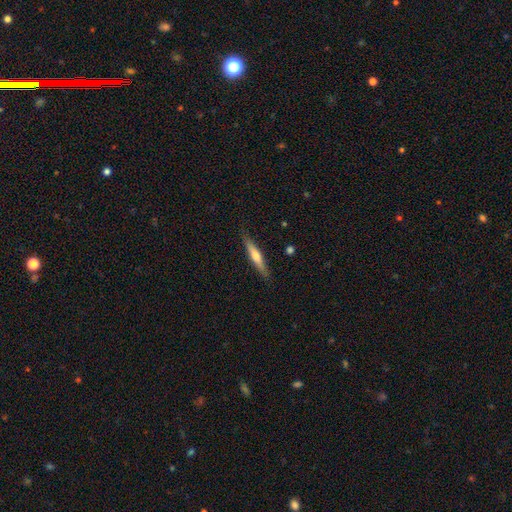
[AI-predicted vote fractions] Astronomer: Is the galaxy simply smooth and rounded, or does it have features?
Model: featured or disk — 49% (runner-up: smooth, 45%).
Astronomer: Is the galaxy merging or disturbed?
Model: none — 88%.